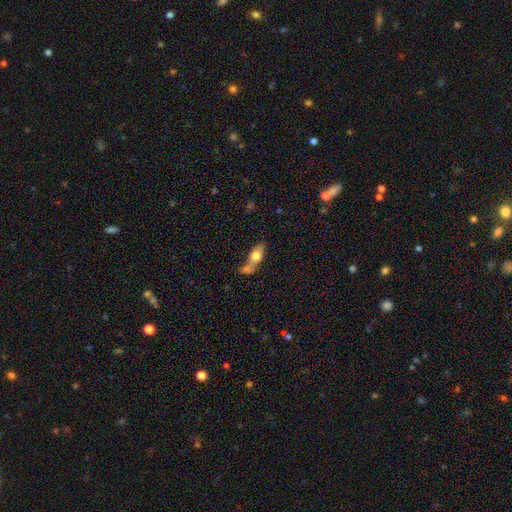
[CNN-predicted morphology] Smooth or featured: smooth — 62% (featured or disk — 30%)
How rounded: in between — 67% (cigar-shaped — 25%)
Merging: merger — 38% (none — 37%)